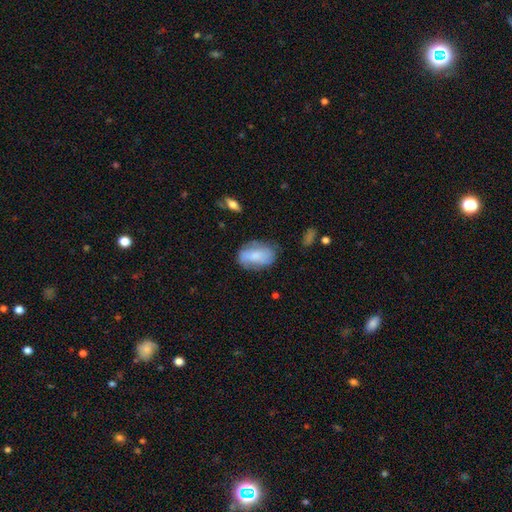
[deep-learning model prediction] This appears to be a smooth galaxy with no disk features (64%) that is in between round and cigar-shaped (88%). Merging: none (66%).